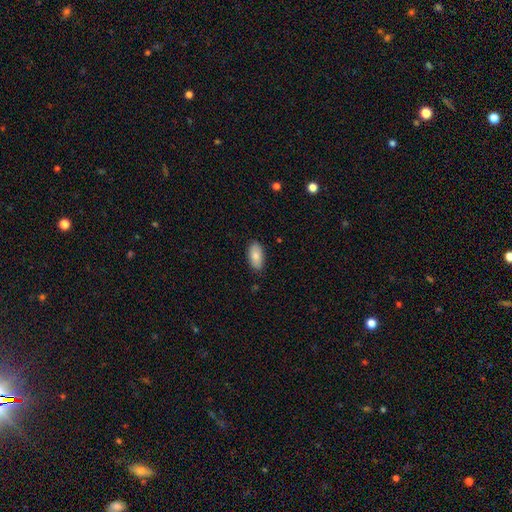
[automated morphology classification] type=smooth (83%); roundness=in between (93%); merging=none (86%).